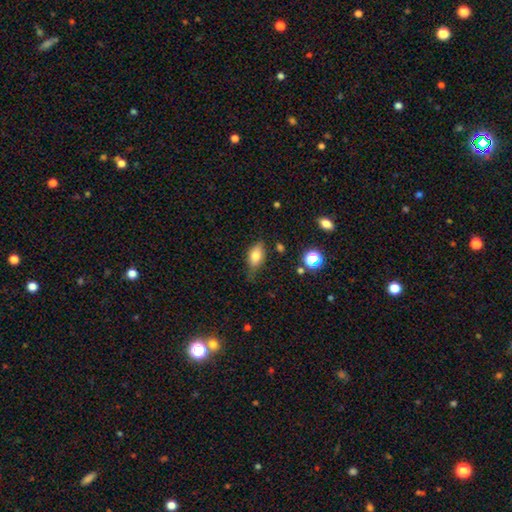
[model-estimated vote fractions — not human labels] A smooth galaxy with no disk features (73%) that is in between round and cigar-shaped (84%). Merging: none (60%).